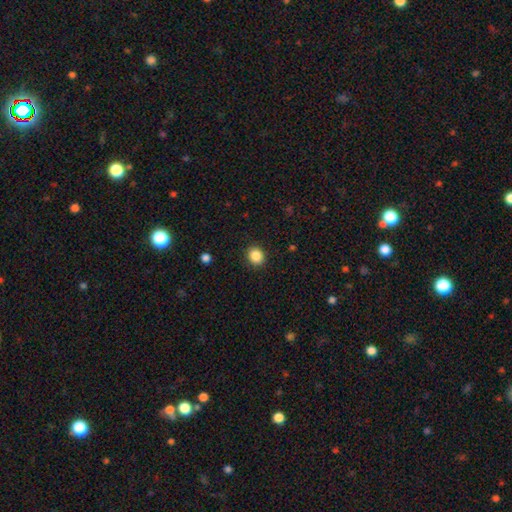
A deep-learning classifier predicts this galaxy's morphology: The model was most divided on "how rounded": round: 76%, in between: 23%, cigar-shaped: 1%. More confident: merging — none (90%); smooth or featured — smooth (87%).